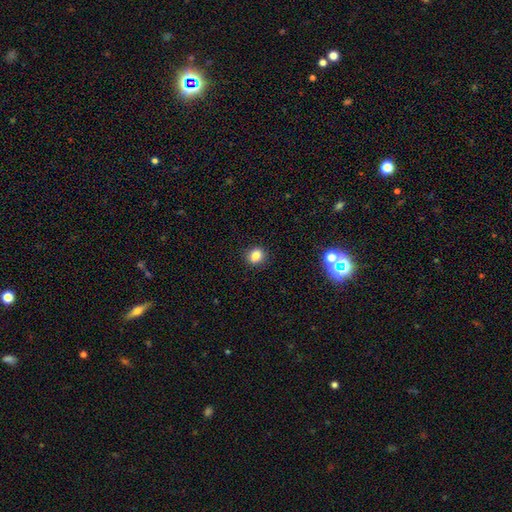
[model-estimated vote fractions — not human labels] The model was most divided on "how rounded": round: 68%, in between: 31%, cigar-shaped: 1%. More confident: merging — none (90%); smooth or featured — smooth (83%).